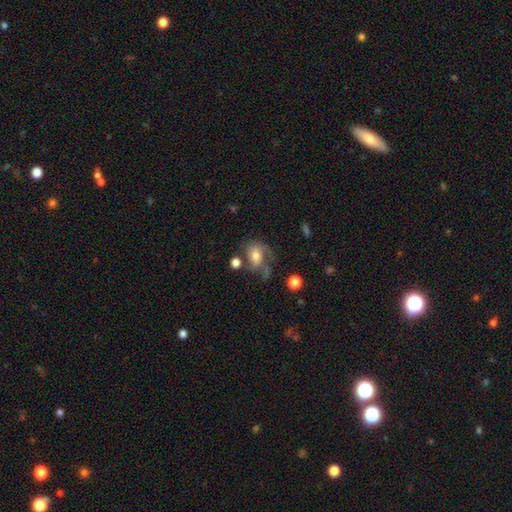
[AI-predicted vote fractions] This appears to be a featured or disk galaxy (46%). Merging: none (34%).